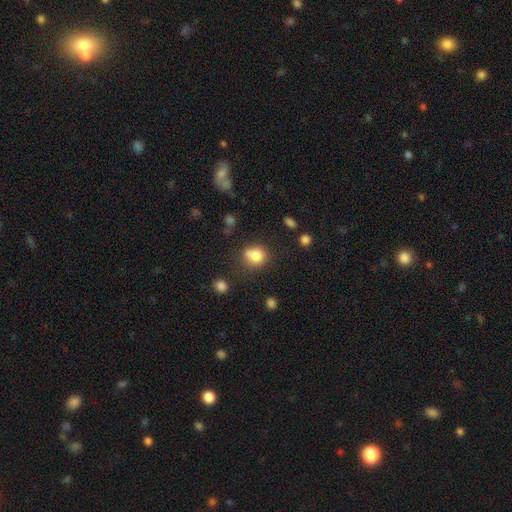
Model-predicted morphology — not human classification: Q: Smooth or featured?
A: smooth (79%); runner-up: star or artifact (12%)
Q: How rounded?
A: round (78%); runner-up: in between (21%)
Q: Merging?
A: none (57%); runner-up: merger (19%)